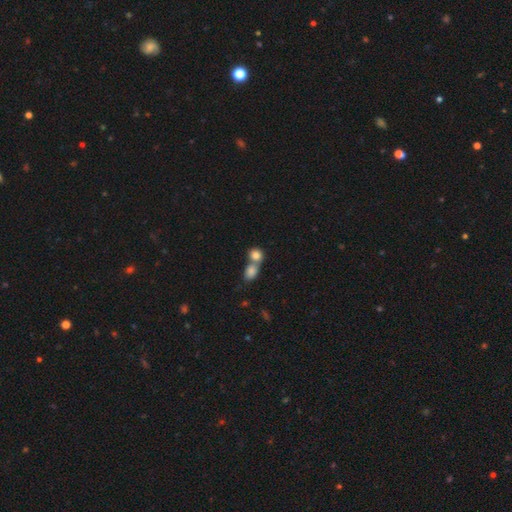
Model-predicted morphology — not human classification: type=smooth (84%); roundness=round (65%); merging=merger (62%).